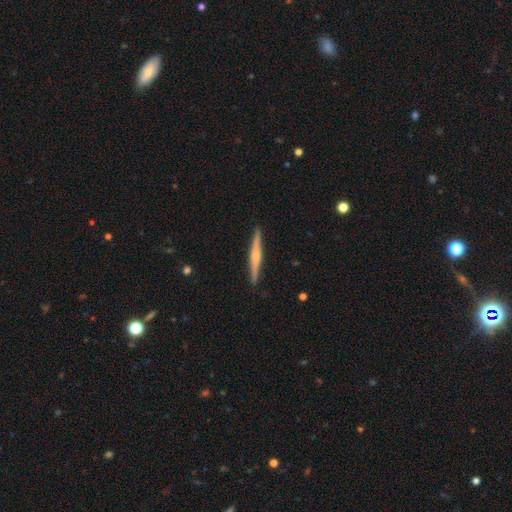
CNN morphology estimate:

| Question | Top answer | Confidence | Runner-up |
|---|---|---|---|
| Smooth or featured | featured or disk | 70% | smooth (25%) |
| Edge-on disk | yes | 98% | no (2%) |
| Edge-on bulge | rounded | 69% | boxy (17%) |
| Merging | none | 92% | minor disturbance (6%) |